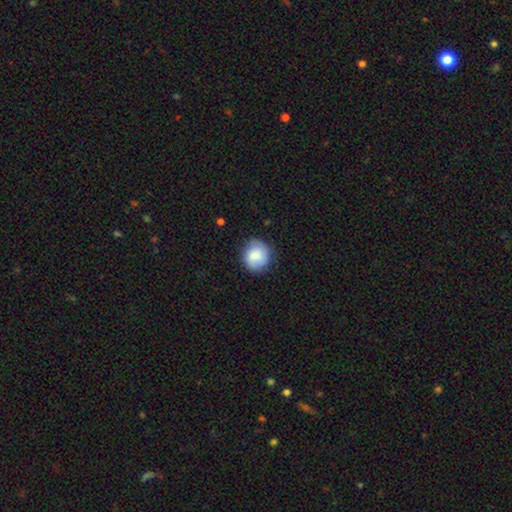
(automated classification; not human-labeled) A smooth galaxy with no disk features (82%) that is round (82%). Merging: none (80%).